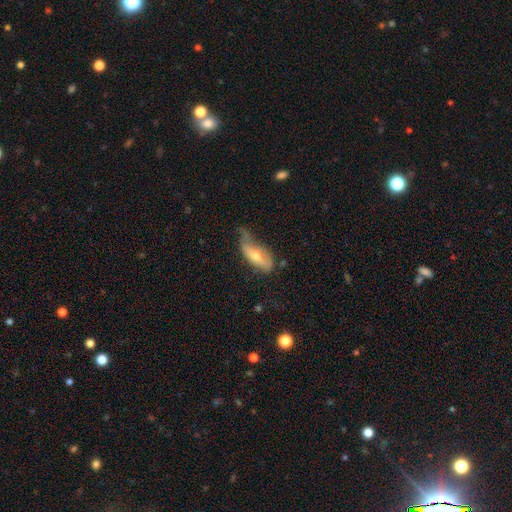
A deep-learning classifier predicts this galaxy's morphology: type=smooth (47%); merging=minor disturbance (39%).